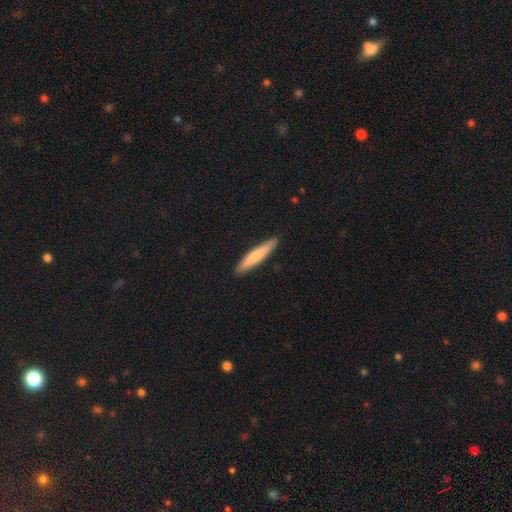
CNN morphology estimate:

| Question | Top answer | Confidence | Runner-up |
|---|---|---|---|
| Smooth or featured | smooth | 71% | featured or disk (24%) |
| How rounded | cigar-shaped | 90% | in between (9%) |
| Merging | none | 90% | minor disturbance (7%) |